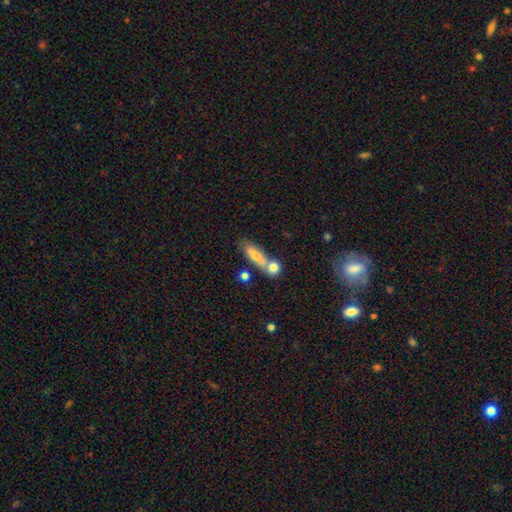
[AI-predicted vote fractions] The model was most divided on "how rounded": cigar-shaped: 50%, in between: 45%, round: 6%. Remaining: smooth or featured — smooth (71%); merging — none (49%).